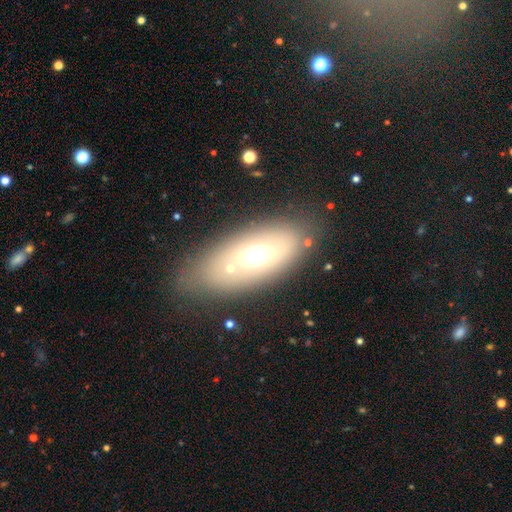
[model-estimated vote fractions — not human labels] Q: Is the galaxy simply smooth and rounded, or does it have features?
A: smooth — 56%.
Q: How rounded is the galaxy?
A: in between — 81%.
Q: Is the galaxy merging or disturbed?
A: none — 71%.